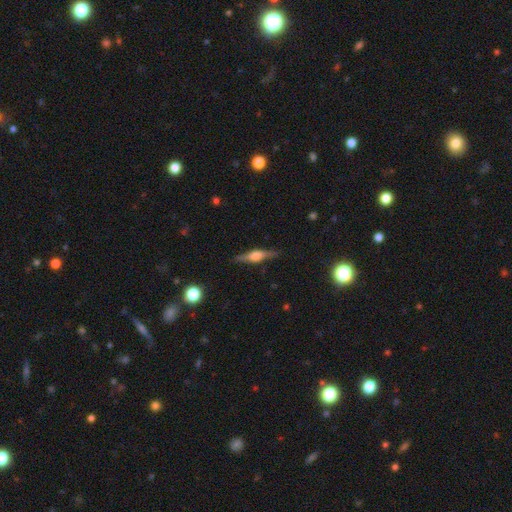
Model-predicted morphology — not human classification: A featured or disk galaxy (74%) viewed edge-on (97%) with a rounded central bulge (82%).

Vote fractions:
- Smooth or featured? featured or disk: 74% / smooth: 19% / star or artifact: 6%
- Edge-on disk? yes: 97% / no: 3%
- Edge-on bulge? rounded: 82% / boxy: 15% / none: 3%
- Merging? none: 88% / minor disturbance: 9% / major disturbance: 2% / merger: 1%